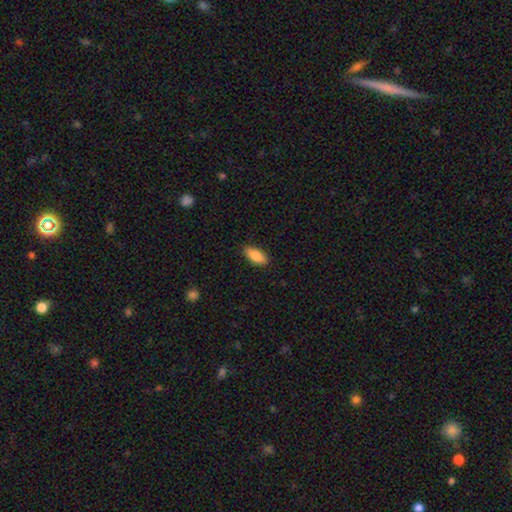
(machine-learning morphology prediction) Q: Smooth or featured?
A: smooth (84%); runner-up: featured or disk (10%)
Q: How rounded?
A: in between (80%); runner-up: cigar-shaped (18%)
Q: Merging?
A: none (89%); runner-up: minor disturbance (9%)